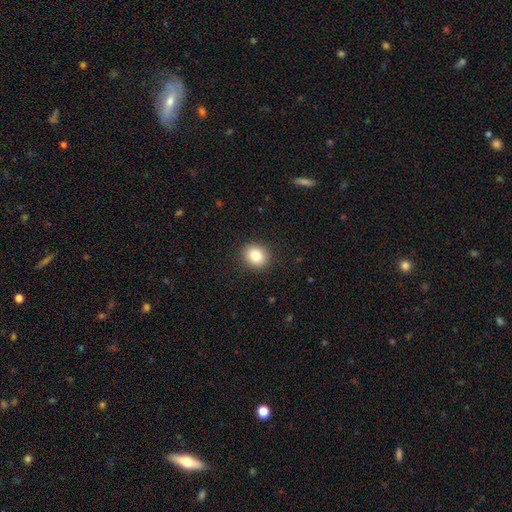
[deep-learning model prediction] This is clearly a smooth galaxy (84%). How rounded: likely round (71%). Merging: clearly none (91%).